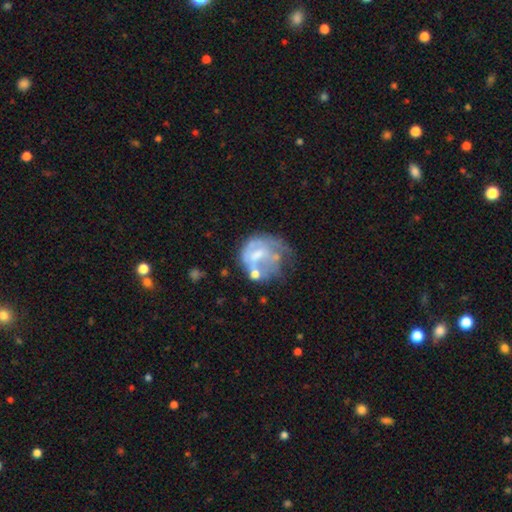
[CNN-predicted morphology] Q: Smooth or featured?
A: featured or disk (56%); runner-up: smooth (34%)
Q: Edge-on disk?
A: no (98%); runner-up: yes (2%)
Q: Bar?
A: no (64%); runner-up: weak (28%)
Q: Spiral arms?
A: no (72%); runner-up: yes (28%)
Q: Bulge size?
A: none (35%); runner-up: moderate (34%)
Q: Merging?
A: major disturbance (36%); runner-up: none (28%)